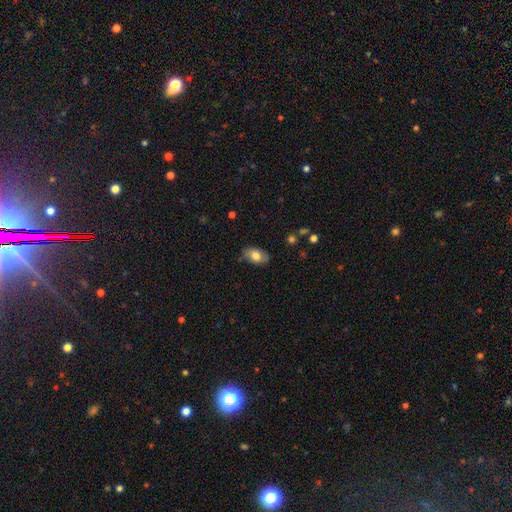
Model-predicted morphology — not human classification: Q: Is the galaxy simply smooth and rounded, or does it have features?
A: smooth — 77%.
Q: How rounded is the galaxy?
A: in between — 90%.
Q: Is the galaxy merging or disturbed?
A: none — 78%.